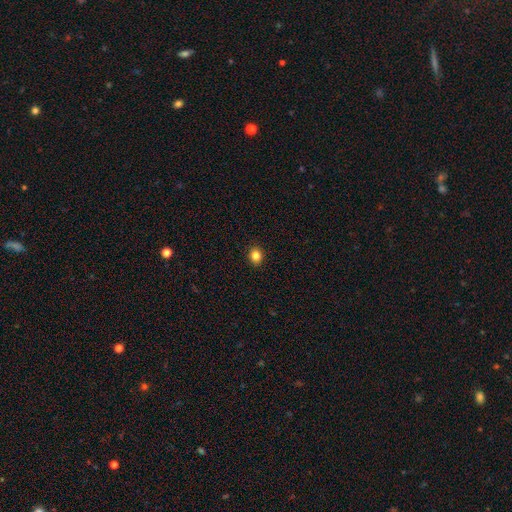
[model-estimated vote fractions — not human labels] Smooth or featured: smooth — 84% (star or artifact — 11%)
How rounded: round — 62% (in between — 37%)
Merging: none — 91% (minor disturbance — 6%)